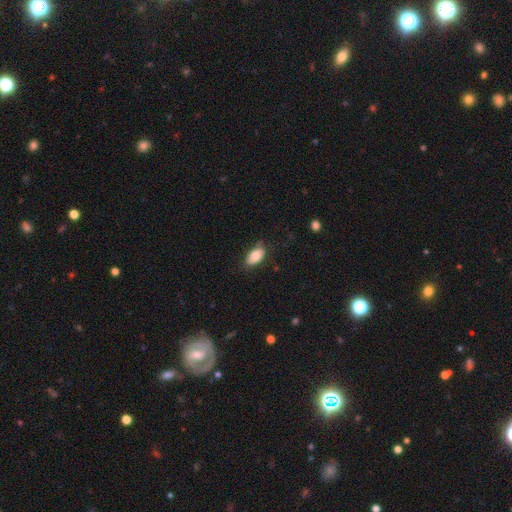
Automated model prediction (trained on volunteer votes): A smooth galaxy with no disk features (75%) that is in between round and cigar-shaped (92%).

Vote fractions:
- Smooth or featured? smooth: 75% / featured or disk: 18% / star or artifact: 7%
- How rounded? in between: 92% / round: 5% / cigar-shaped: 3%
- Merging? none: 73% / minor disturbance: 21% / major disturbance: 5% / merger: 1%